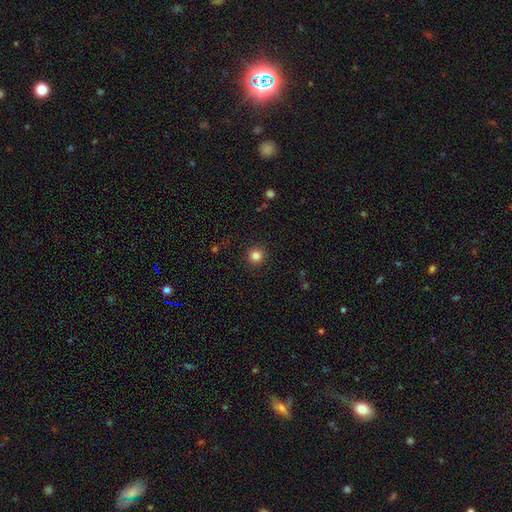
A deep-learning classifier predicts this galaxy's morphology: A smooth galaxy with no disk features (83%) that is round (95%).

Vote fractions:
- Smooth or featured? smooth: 83% / star or artifact: 12% / featured or disk: 5%
- How rounded? round: 95% / in between: 4% / cigar-shaped: 1%
- Merging? none: 92% / minor disturbance: 5% / major disturbance: 2% / merger: 1%